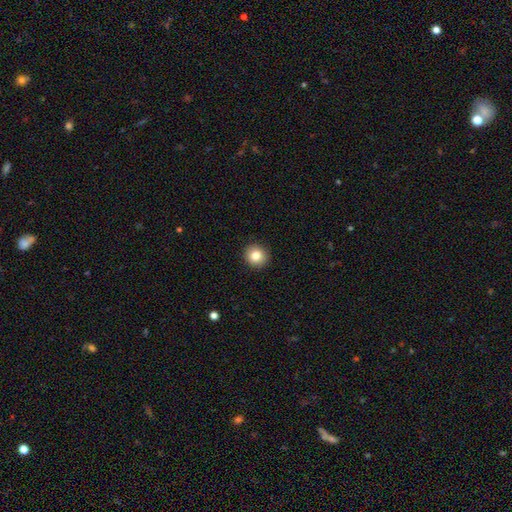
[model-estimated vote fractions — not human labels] Overall: smooth (83%). How rounded: round (93%). Merging: none (92%).